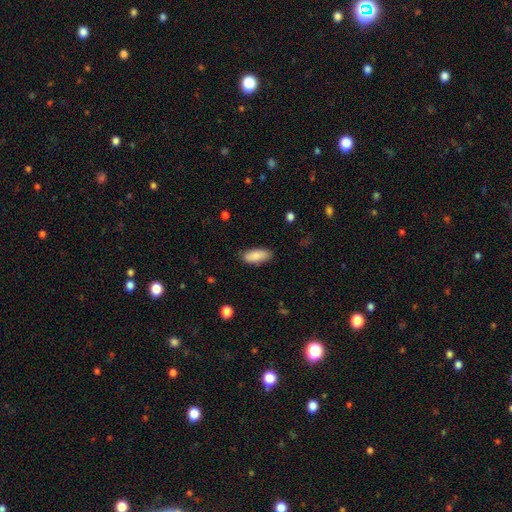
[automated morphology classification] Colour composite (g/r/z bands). It shows a smooth galaxy with no disk features (86%) that is in between round and cigar-shaped (82%). Merging: none (82%).